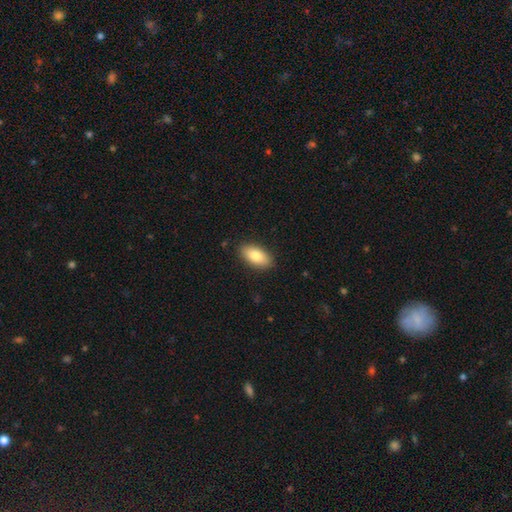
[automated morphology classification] Smooth or featured? smooth (84%)
How rounded? in between (92%)
Merging? none (88%)